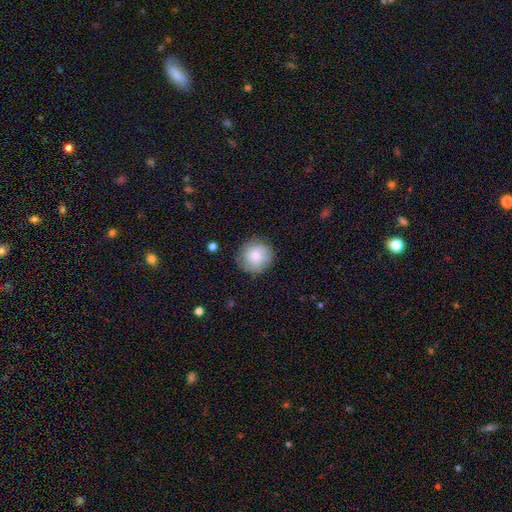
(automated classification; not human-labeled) Smooth or featured? Predicted: smooth (p=0.63). How rounded? Predicted: round (p=0.92). Merging? Predicted: none (p=0.78).